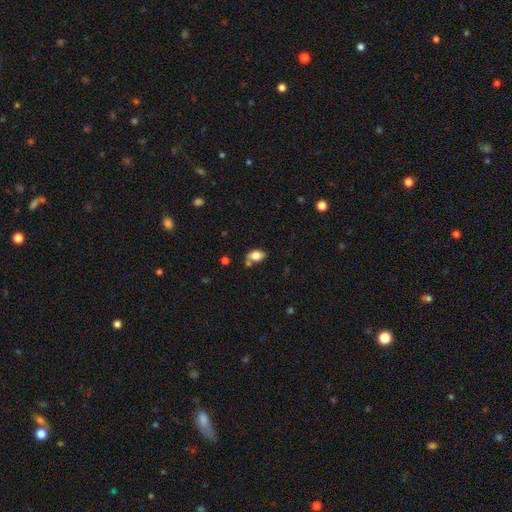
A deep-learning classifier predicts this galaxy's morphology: Overall: smooth (79%). How rounded: in between (84%). Merging: none (55%; minor disturbance 21%).